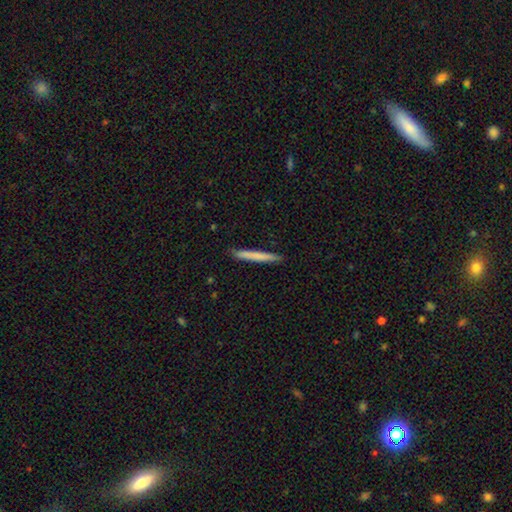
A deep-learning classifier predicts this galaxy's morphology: A smooth galaxy with no disk features (71%) that is cigar-shaped (97%).

Vote fractions:
- Smooth or featured? smooth: 71% / featured or disk: 24% / star or artifact: 5%
- How rounded? cigar-shaped: 97% / in between: 2% / round: 1%
- Merging? none: 91% / minor disturbance: 6% / major disturbance: 1% / merger: 1%